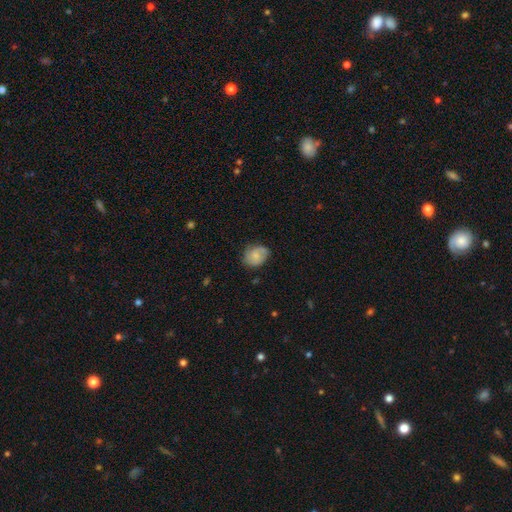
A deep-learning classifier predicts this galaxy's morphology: A smooth galaxy with no disk features (50%) that is in between round and cigar-shaped (50%).

Vote fractions:
- Smooth or featured? smooth: 50% / featured or disk: 42% / star or artifact: 8%
- How rounded? in between: 50% / round: 49% / cigar-shaped: 1%
- Merging? none: 67% / minor disturbance: 25% / major disturbance: 7% / merger: 1%